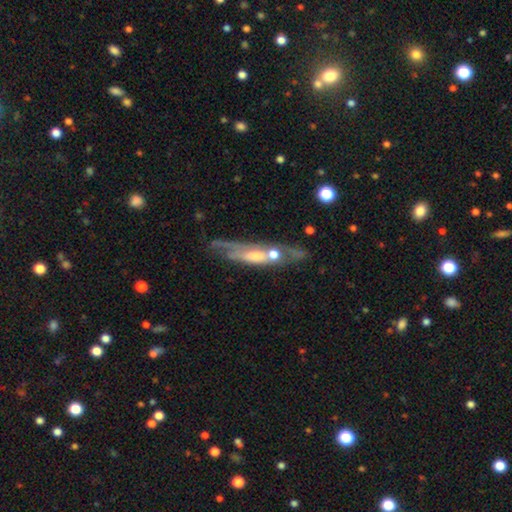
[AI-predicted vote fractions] Smooth or featured? featured or disk (69%)
Edge-on disk? no (52%)
Merging? none (49%)